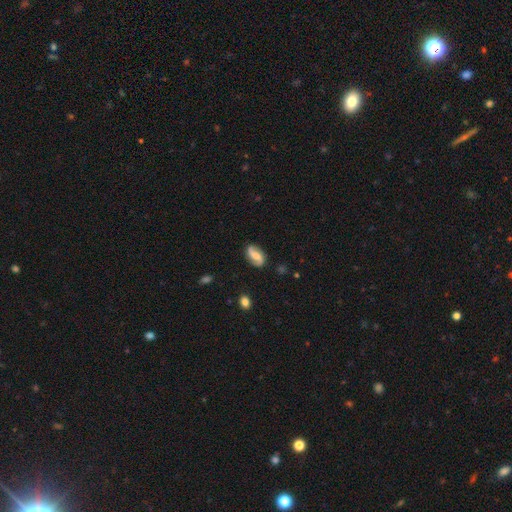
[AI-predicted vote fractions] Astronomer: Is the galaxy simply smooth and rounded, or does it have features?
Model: featured or disk — 73%.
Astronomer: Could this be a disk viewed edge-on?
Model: no — 96%.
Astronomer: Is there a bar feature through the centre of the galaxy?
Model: weak — 41% (runner-up: no, 34%).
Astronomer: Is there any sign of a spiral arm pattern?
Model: yes — 93%.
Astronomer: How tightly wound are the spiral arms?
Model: loose — 64%.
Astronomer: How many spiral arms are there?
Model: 2 — 92%.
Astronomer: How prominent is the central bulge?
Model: moderate — 44% (runner-up: small, 32%).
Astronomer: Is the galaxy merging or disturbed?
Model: none — 82%.